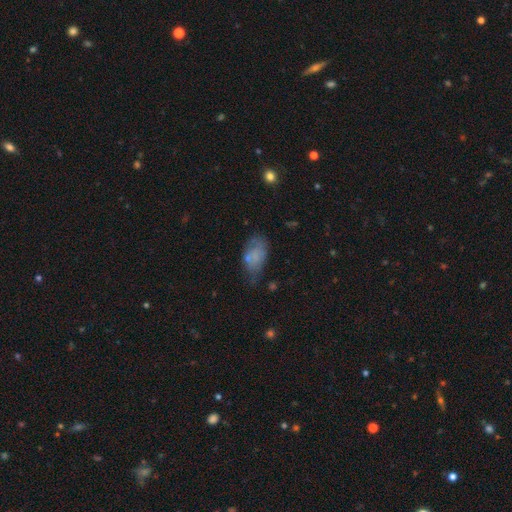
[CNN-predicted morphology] A smooth galaxy with no disk features (64%) that is in between round and cigar-shaped (91%).

Vote fractions:
- Smooth or featured? smooth: 64% / featured or disk: 24% / star or artifact: 11%
- How rounded? in between: 91% / round: 6% / cigar-shaped: 4%
- Merging? none: 45% / minor disturbance: 32% / major disturbance: 17% / merger: 7%